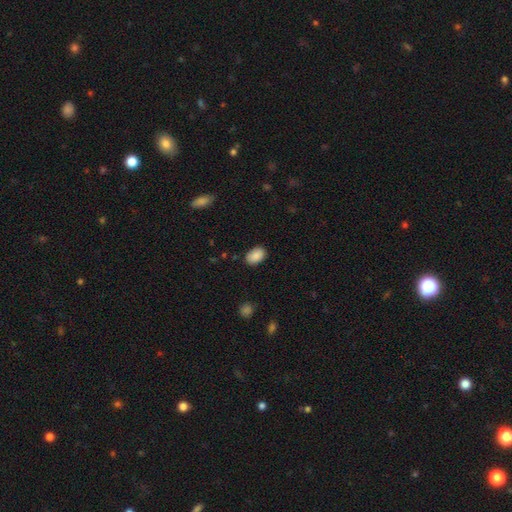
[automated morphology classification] Q: Smooth or featured?
A: smooth (89%); runner-up: star or artifact (7%)
Q: How rounded?
A: in between (85%); runner-up: round (14%)
Q: Merging?
A: none (85%); runner-up: minor disturbance (12%)